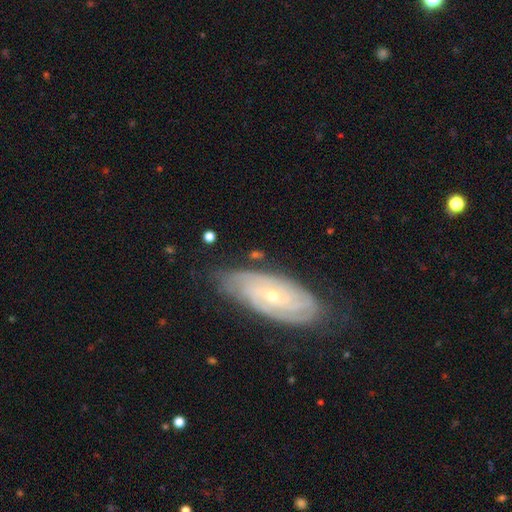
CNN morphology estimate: Smooth or featured?
  - featured or disk: 76% *
  - smooth: 17%
  - star or artifact: 7%
Edge-on disk?
  - no: 90% *
  - yes: 10%
Bar?
  - no: 75% *
  - weak: 20%
  - strong: 5%
Spiral arms?
  - yes: 90% *
  - no: 10%
Spiral winding?
  - tight: 75% *
  - medium: 20%
  - loose: 5%
Spiral arm count?
  - can't tell: 43% *
  - 2: 18%
  - 3: 15%
  - 4: 13%
  - more than 4: 6%
  - 1: 5%
Bulge size?
  - small: 70% *
  - moderate: 27%
  - large: 1%
  - none: 1%
  - dominant: 1%
Merging?
  - none: 71% *
  - minor disturbance: 20%
  - major disturbance: 5%
  - merger: 3%